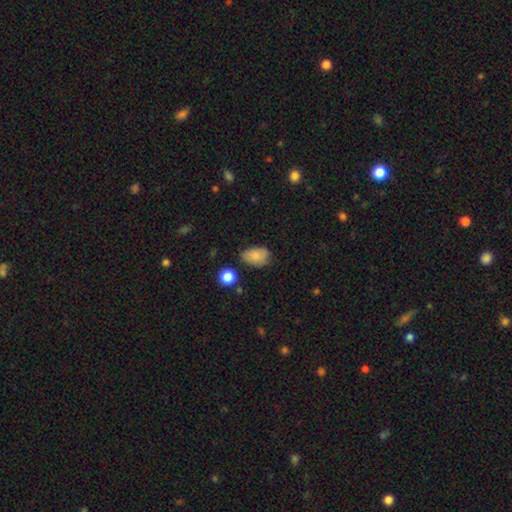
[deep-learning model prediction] Morphology: type=smooth (82%); roundness=in between (84%); merging=none (59%).